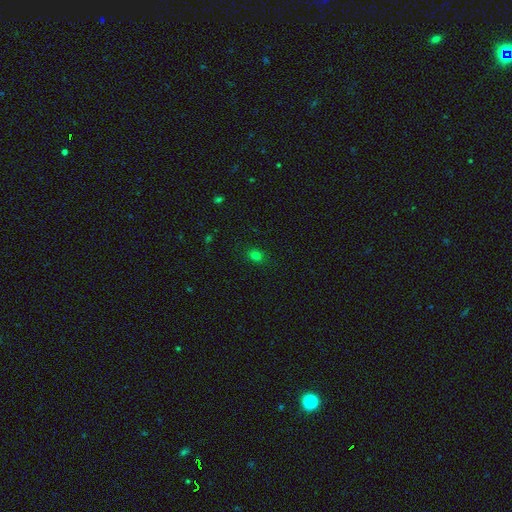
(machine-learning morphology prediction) This appears to be a smooth galaxy with no disk features (75%) that is in between round and cigar-shaped (54%). Merging: none (85%).